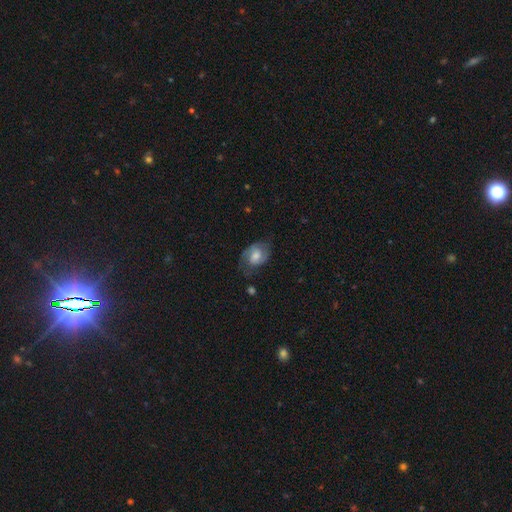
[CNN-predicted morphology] Smooth or featured?
  - featured or disk: 48% *
  - smooth: 44%
  - star or artifact: 8%
Merging?
  - none: 61% *
  - minor disturbance: 25%
  - major disturbance: 12%
  - merger: 2%